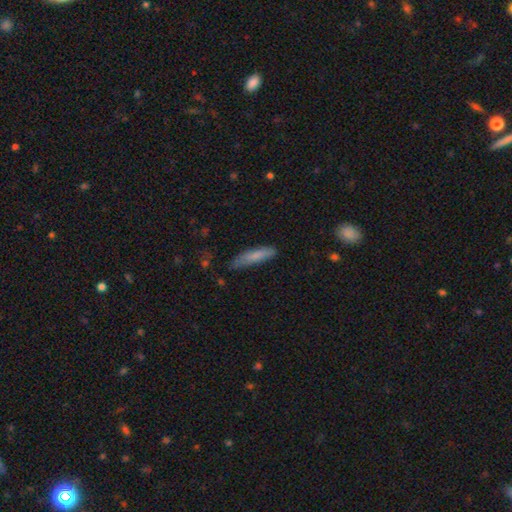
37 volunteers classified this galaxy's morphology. Volunteers were most divided on "smooth or featured": smooth: 73%, featured or disk: 24%, star or artifact: 3%. More confident: how rounded — cigar-shaped (93%); merging — none (81%).